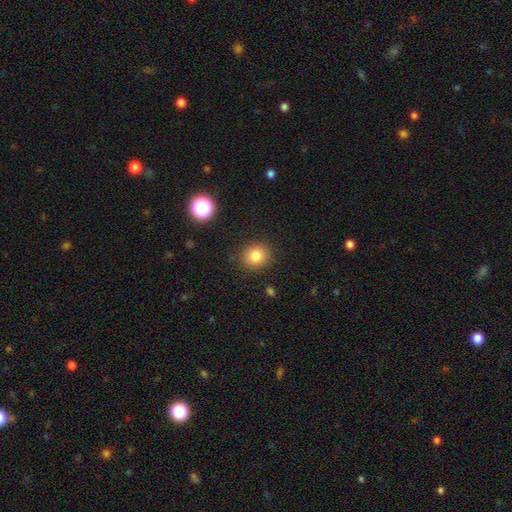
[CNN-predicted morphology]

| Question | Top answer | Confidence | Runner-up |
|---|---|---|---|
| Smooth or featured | smooth | 82% | star or artifact (11%) |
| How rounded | round | 78% | in between (21%) |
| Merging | none | 87% | minor disturbance (9%) |